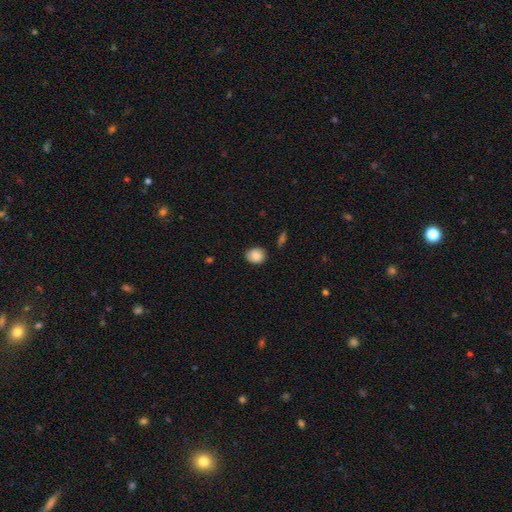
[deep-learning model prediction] Smooth or featured? smooth (86%)
How rounded? round (61%)
Merging? none (82%)